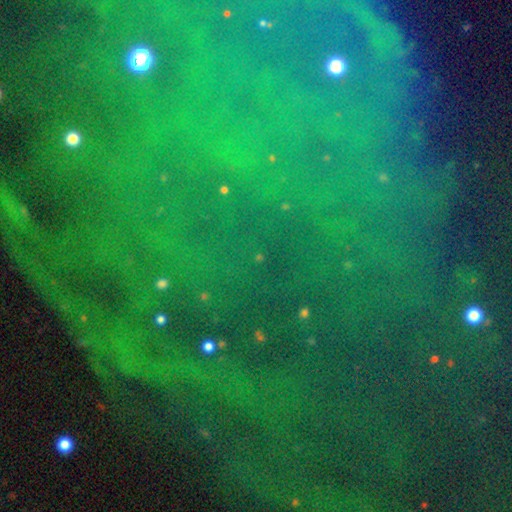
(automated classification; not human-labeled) Overall: star or artifact (81%).